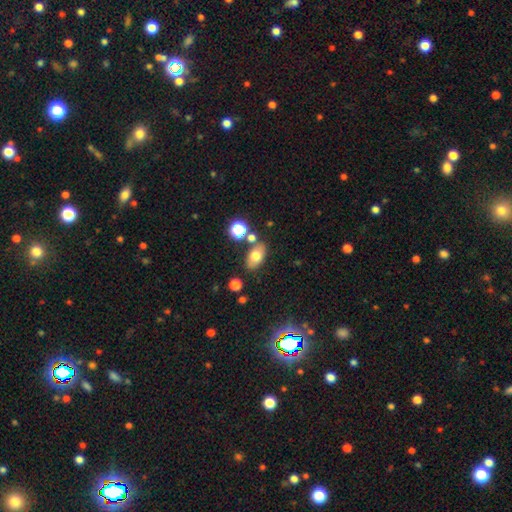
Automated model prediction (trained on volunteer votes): This is likely a smooth galaxy (72%). How rounded: clearly in between (86%). Merging: likely none (75%).